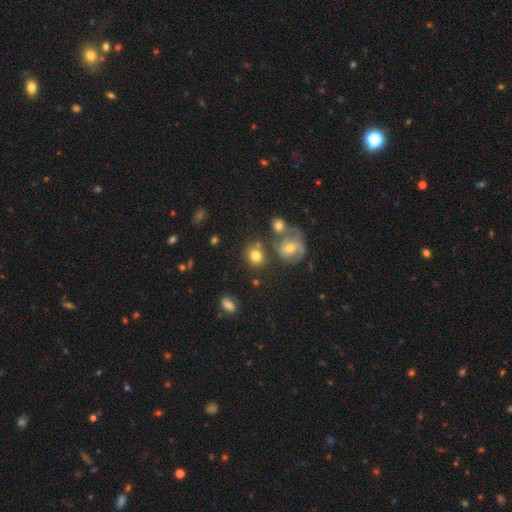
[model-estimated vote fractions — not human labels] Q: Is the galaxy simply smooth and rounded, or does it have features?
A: smooth — 74%.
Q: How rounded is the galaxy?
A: round — 75%.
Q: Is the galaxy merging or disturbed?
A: none — 64%.